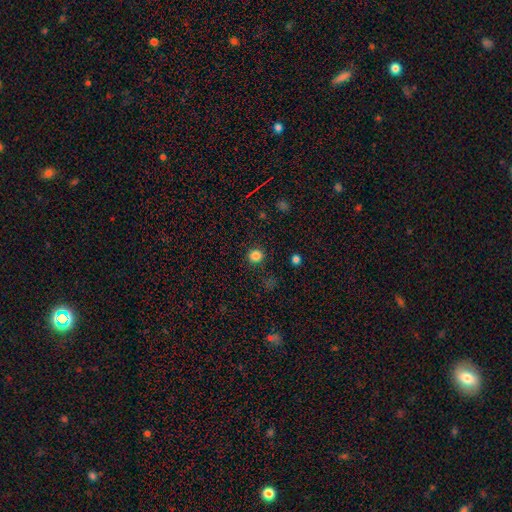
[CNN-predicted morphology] Smooth or featured? smooth (83%)
How rounded? round (91%)
Merging? none (90%)